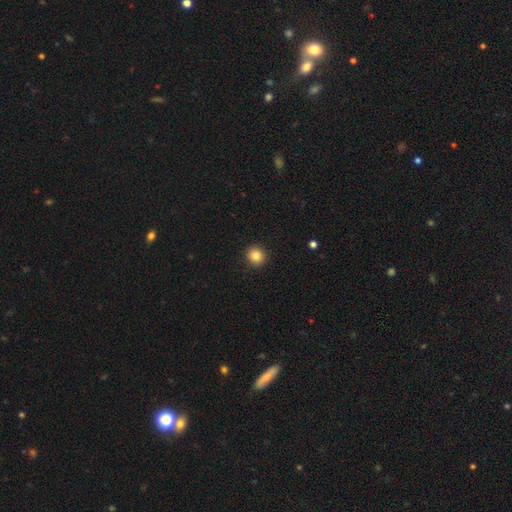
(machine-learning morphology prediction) smooth 84%, star or artifact 10%, featured or disk 6%. Down the decision tree: how rounded — round (91%); merging — none (93%).